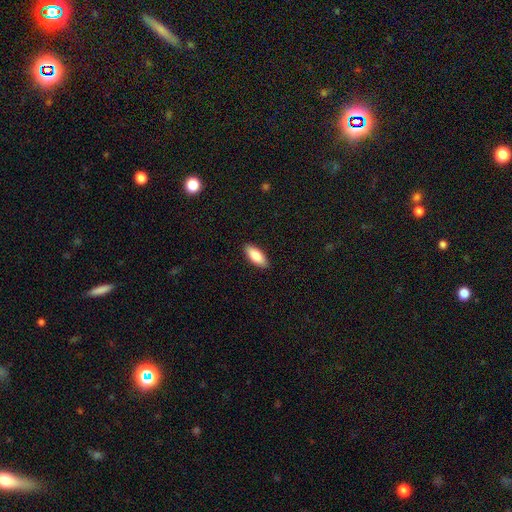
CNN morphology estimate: Smooth or featured?
  - smooth: 82% *
  - featured or disk: 12%
  - star or artifact: 6%
How rounded?
  - in between: 79% *
  - cigar-shaped: 19%
  - round: 2%
Merging?
  - none: 90% *
  - minor disturbance: 7%
  - major disturbance: 2%
  - merger: 1%